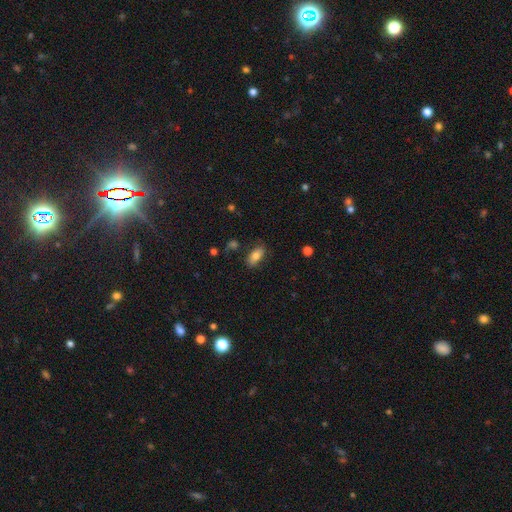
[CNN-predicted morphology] Smooth or featured?
  - smooth: 78% *
  - featured or disk: 14%
  - star or artifact: 8%
How rounded?
  - in between: 88% *
  - cigar-shaped: 9%
  - round: 3%
Merging?
  - none: 77% *
  - minor disturbance: 16%
  - major disturbance: 4%
  - merger: 3%